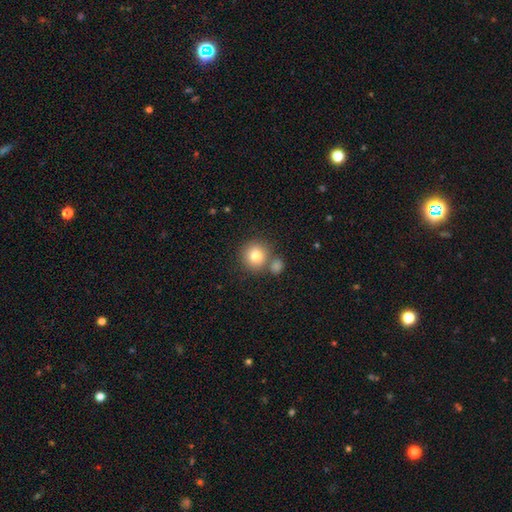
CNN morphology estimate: This is clearly a smooth galaxy (80%). How rounded: clearly round (91%). Merging: likely none (67%).